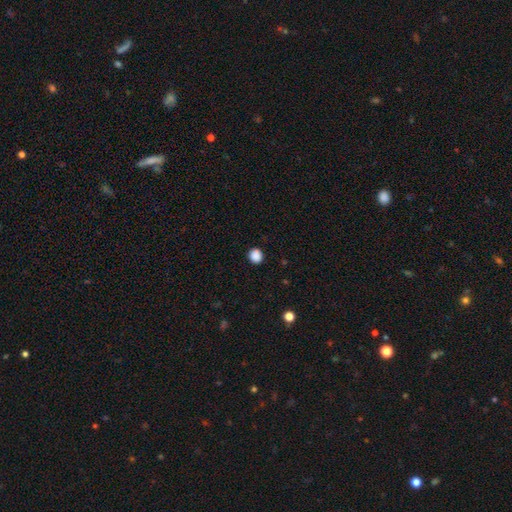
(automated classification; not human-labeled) smooth-or-featured: smooth: 88% | star or artifact: 10% | featured or disk: 2%
  how-rounded: round: 86% | in between: 13% | cigar-shaped: 1%
  merging: none: 91% | minor disturbance: 6% | major disturbance: 2% | merger: 1%